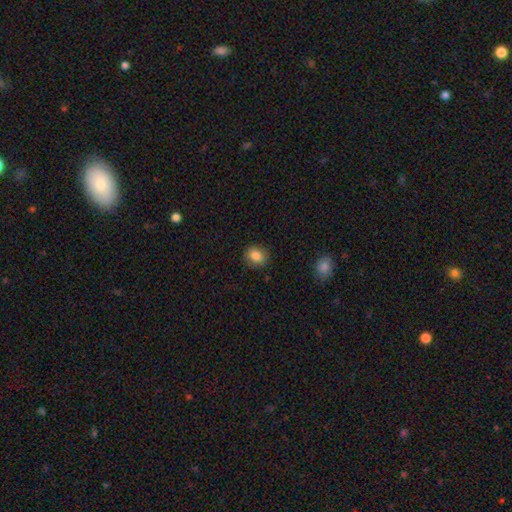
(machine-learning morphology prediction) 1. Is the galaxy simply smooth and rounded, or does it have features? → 85% smooth, 9% star or artifact, 5% featured or disk.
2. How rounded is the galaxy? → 61% round, 38% in between, 1% cigar-shaped.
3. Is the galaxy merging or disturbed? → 87% none, 10% minor disturbance, 2% major disturbance, 1% merger.